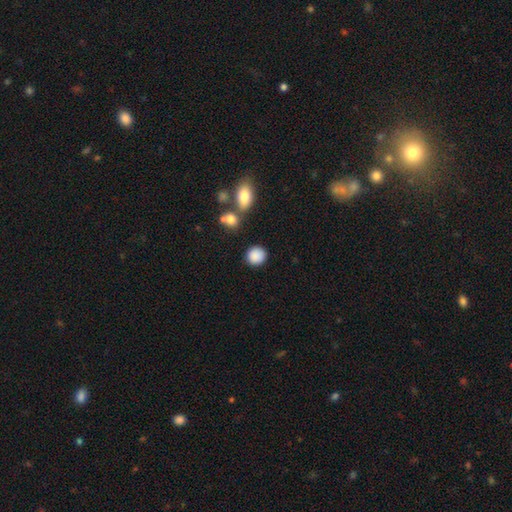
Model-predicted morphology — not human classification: A smooth galaxy with no disk features (88%) that is round (84%).

Vote fractions:
- Smooth or featured? smooth: 88% / star or artifact: 8% / featured or disk: 4%
- How rounded? round: 84% / in between: 15% / cigar-shaped: 1%
- Merging? none: 83% / minor disturbance: 9% / merger: 4% / major disturbance: 3%